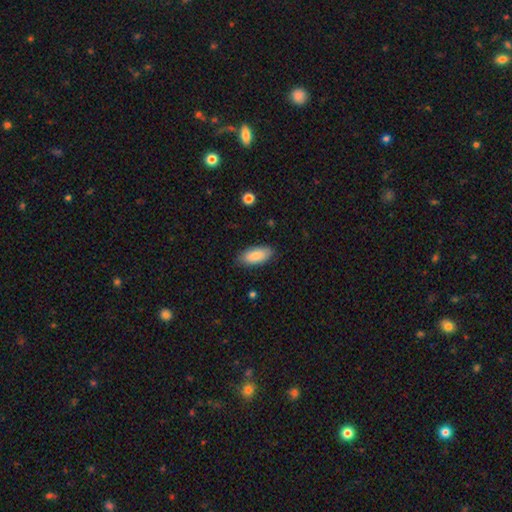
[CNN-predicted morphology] Q: Smooth or featured?
A: smooth (86%); runner-up: featured or disk (8%)
Q: How rounded?
A: in between (89%); runner-up: cigar-shaped (9%)
Q: Merging?
A: none (83%); runner-up: minor disturbance (13%)